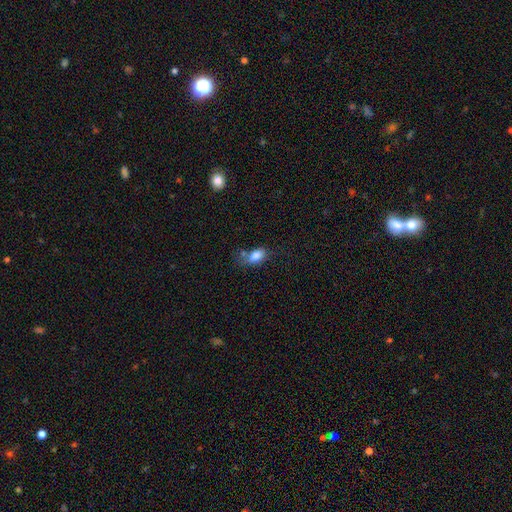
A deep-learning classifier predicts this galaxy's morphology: Smooth or featured: smooth — 80% (featured or disk — 11%)
How rounded: in between — 86% (round — 9%)
Merging: none — 39% (minor disturbance — 27%)